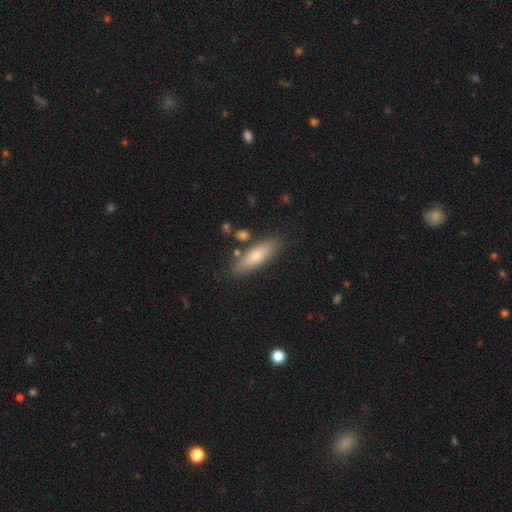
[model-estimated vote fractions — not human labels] Q: Smooth or featured?
A: smooth (73%); runner-up: featured or disk (21%)
Q: How rounded?
A: cigar-shaped (54%); runner-up: in between (44%)
Q: Merging?
A: none (80%); runner-up: minor disturbance (12%)